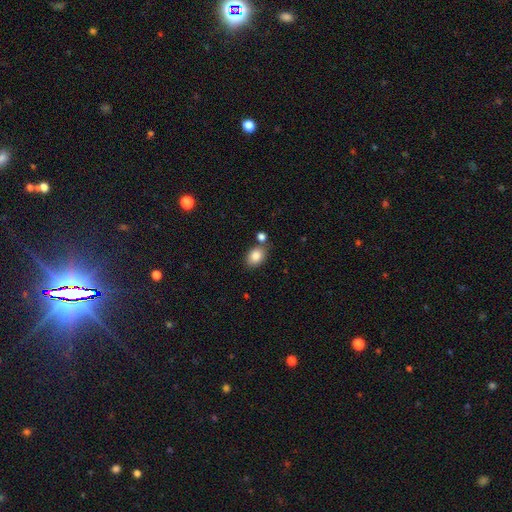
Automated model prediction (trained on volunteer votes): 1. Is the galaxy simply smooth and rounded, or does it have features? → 85% smooth, 9% star or artifact, 6% featured or disk.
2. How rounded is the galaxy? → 72% in between, 27% round, 1% cigar-shaped.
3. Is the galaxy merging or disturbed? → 70% none, 13% merger, 13% minor disturbance, 4% major disturbance.